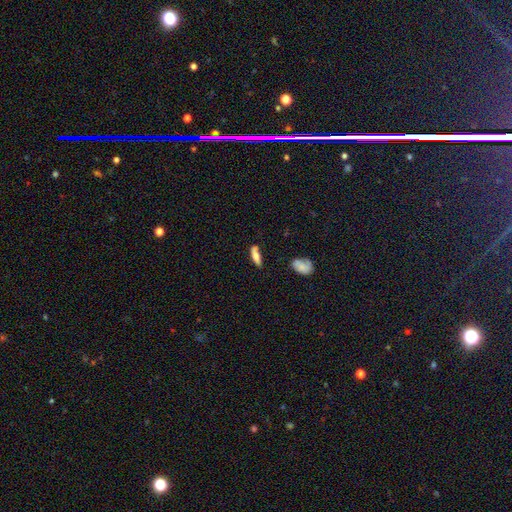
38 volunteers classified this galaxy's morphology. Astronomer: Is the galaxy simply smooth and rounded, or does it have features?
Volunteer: smooth — 58% (runner-up: featured or disk, 34%).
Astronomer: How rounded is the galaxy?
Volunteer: cigar-shaped — 50% (runner-up: in between, 45%).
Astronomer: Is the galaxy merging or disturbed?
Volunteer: none — 57%.